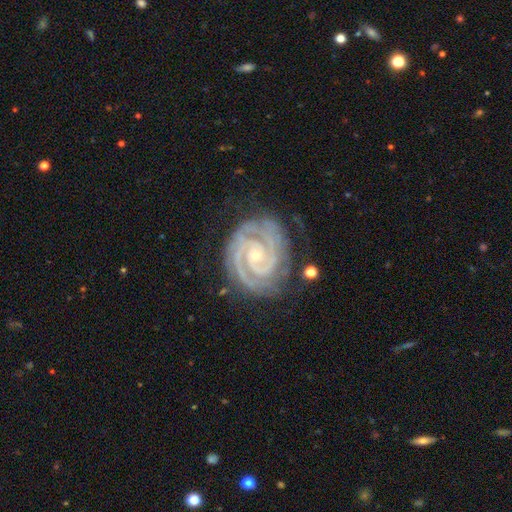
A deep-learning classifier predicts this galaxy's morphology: A featured or disk galaxy (93%) with no bar (67%), 2 (65%) tight (84%) spiral arms (99%) and a small central bulge (79%).

Vote fractions:
- Smooth or featured? featured or disk: 93% / star or artifact: 5% / smooth: 2%
- Edge-on disk? no: 98% / yes: 2%
- Bar? no: 67% / weak: 22% / strong: 11%
- Spiral arms? yes: 99% / no: 1%
- Spiral winding? tight: 84% / medium: 15% / loose: 2%
- Spiral arm count? 2: 65% / 3: 18% / can't tell: 5% / 4: 5% / more than 4: 4% / 1: 4%
- Bulge size? small: 79% / moderate: 18% / none: 1% / large: 1% / dominant: 1%
- Merging? none: 77% / minor disturbance: 17% / major disturbance: 5% / merger: 2%